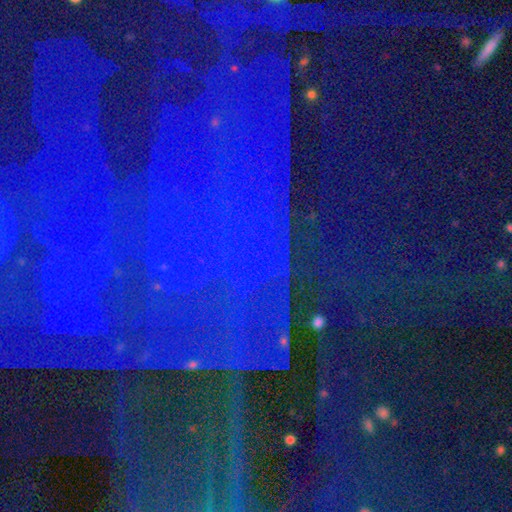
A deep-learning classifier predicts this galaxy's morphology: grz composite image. It shows a star or artifact, not a galaxy (85%).